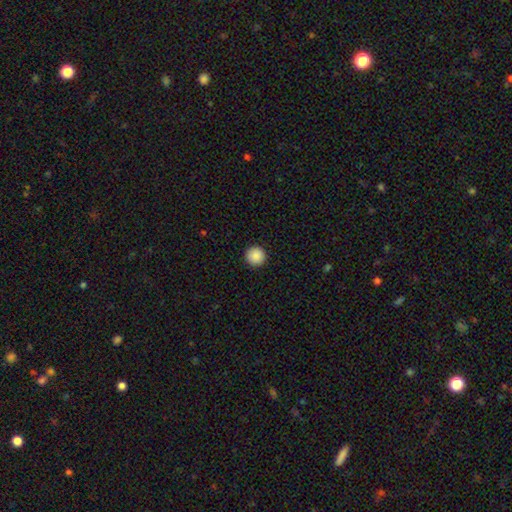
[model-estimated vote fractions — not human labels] The model was most divided on "smooth or featured": smooth: 89%, star or artifact: 8%, featured or disk: 3%. More confident: how rounded — round (96%); merging — none (93%).